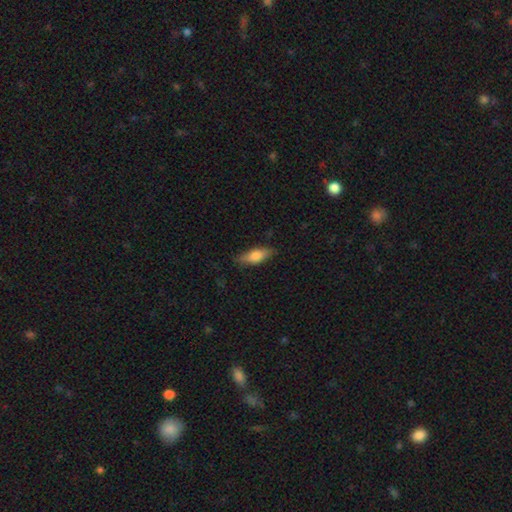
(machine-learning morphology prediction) Q: Smooth or featured?
A: smooth (74%); runner-up: featured or disk (20%)
Q: How rounded?
A: in between (67%); runner-up: cigar-shaped (31%)
Q: Merging?
A: none (80%); runner-up: minor disturbance (16%)